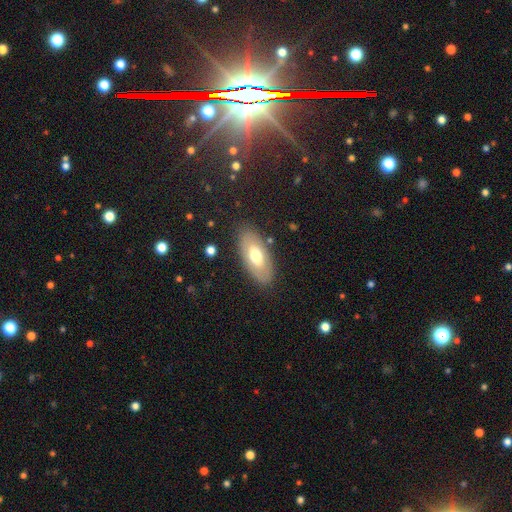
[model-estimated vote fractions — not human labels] A smooth galaxy with no disk features (59%) that is in between round and cigar-shaped (90%).

Vote fractions:
- Smooth or featured? smooth: 59% / featured or disk: 35% / star or artifact: 6%
- How rounded? in between: 90% / cigar-shaped: 7% / round: 3%
- Merging? none: 83% / minor disturbance: 12% / major disturbance: 4% / merger: 2%